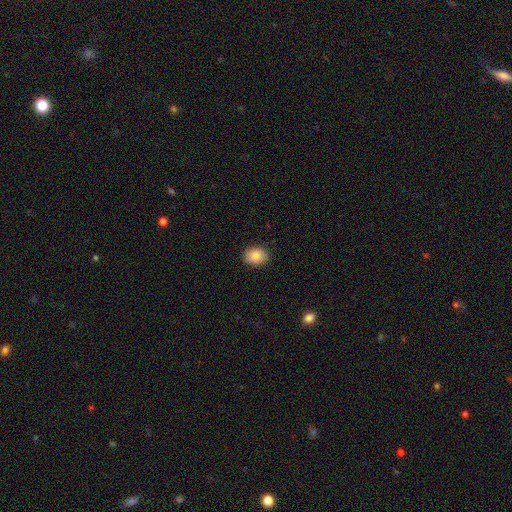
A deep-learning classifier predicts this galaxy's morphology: This is clearly a smooth galaxy (87%). How rounded: possibly in between (59%). Merging: clearly none (88%).